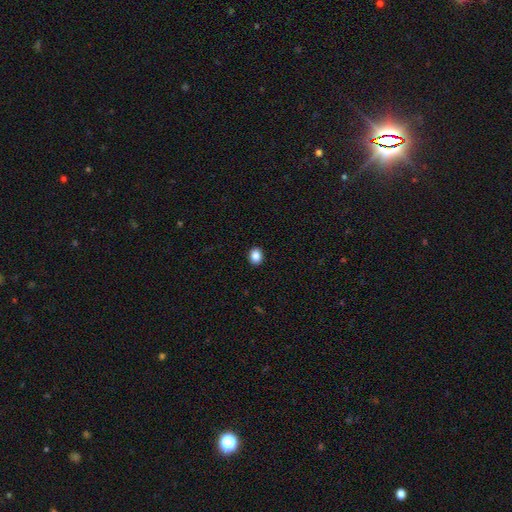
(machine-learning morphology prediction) A smooth galaxy with no disk features (88%) that is round (53%).

Vote fractions:
- Smooth or featured? smooth: 88% / star or artifact: 9% / featured or disk: 3%
- How rounded? round: 53% / in between: 46% / cigar-shaped: 1%
- Merging? none: 92% / minor disturbance: 6% / major disturbance: 2% / merger: 1%